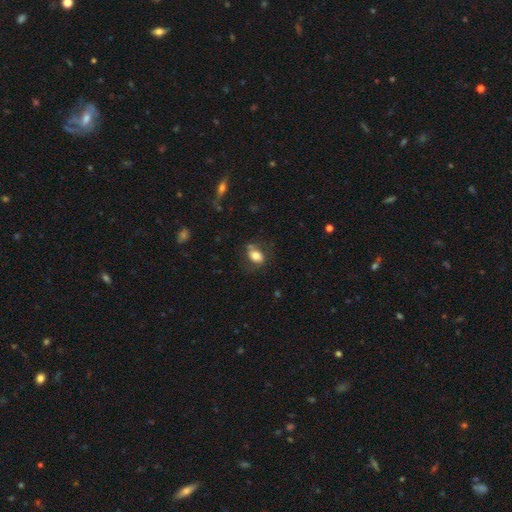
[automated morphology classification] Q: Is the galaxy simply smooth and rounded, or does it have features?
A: smooth — 72%.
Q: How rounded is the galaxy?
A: in between — 79%.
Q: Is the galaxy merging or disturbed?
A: none — 65%.